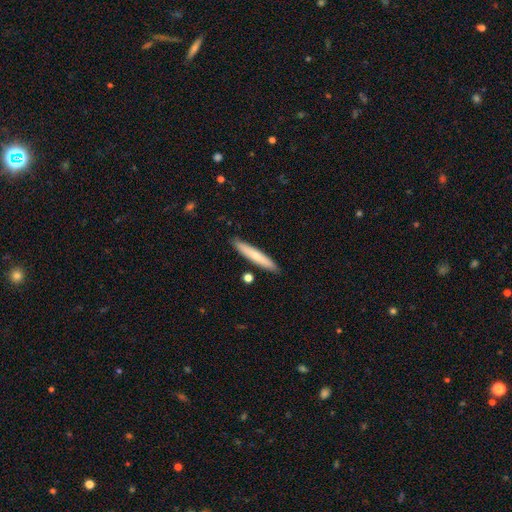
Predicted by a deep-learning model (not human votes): This is likely a smooth galaxy (66%). How rounded: clearly cigar-shaped (93%). Merging: clearly none (88%).